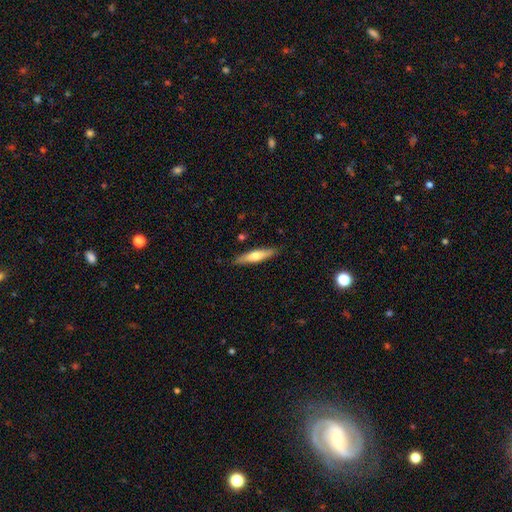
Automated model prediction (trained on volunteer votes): This is possibly a smooth galaxy (54%). How rounded: clearly cigar-shaped (81%). Merging: clearly none (87%).